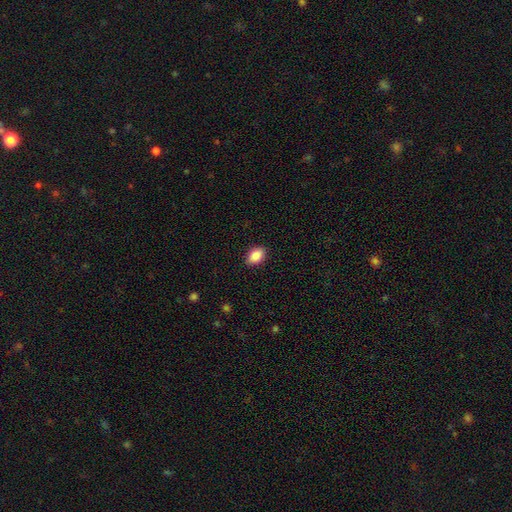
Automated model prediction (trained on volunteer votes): smooth-or-featured: smooth: 89% | star or artifact: 7% | featured or disk: 4%
  how-rounded: in between: 84% | round: 14% | cigar-shaped: 1%
  merging: none: 88% | minor disturbance: 9% | major disturbance: 2% | merger: 1%